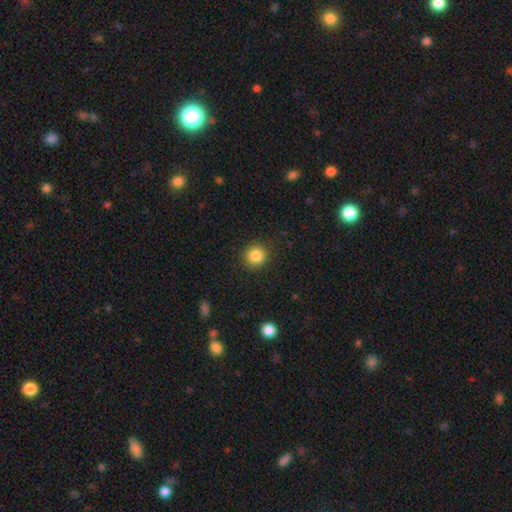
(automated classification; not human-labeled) This is clearly a smooth galaxy (85%). How rounded: clearly round (92%). Merging: clearly none (90%).